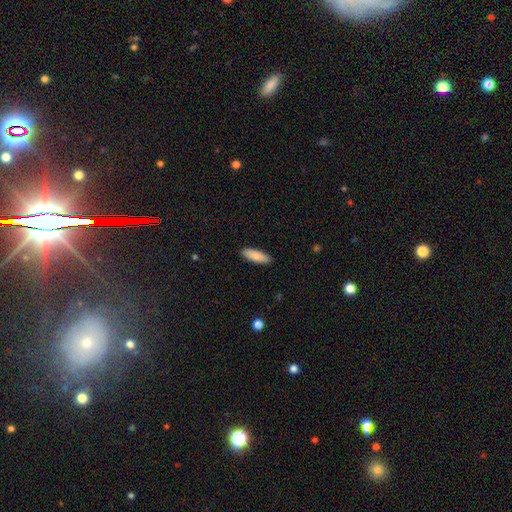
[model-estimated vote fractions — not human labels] Morphology: type=smooth (84%); roundness=in between (51%); merging=none (90%).